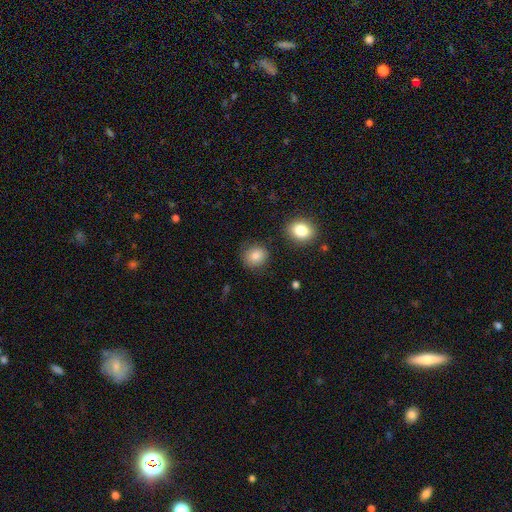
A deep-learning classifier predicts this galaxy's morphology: This appears to be a smooth galaxy with no disk features (83%) that is round (78%). Merging: none (84%).